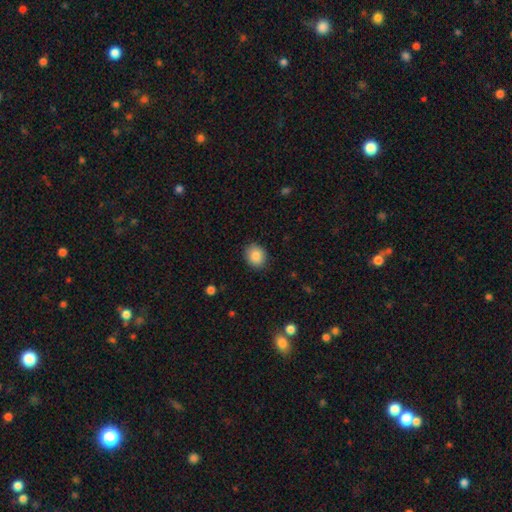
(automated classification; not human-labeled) Smooth or featured: smooth — 87% (star or artifact — 8%)
How rounded: round — 64% (in between — 35%)
Merging: none — 88% (minor disturbance — 9%)